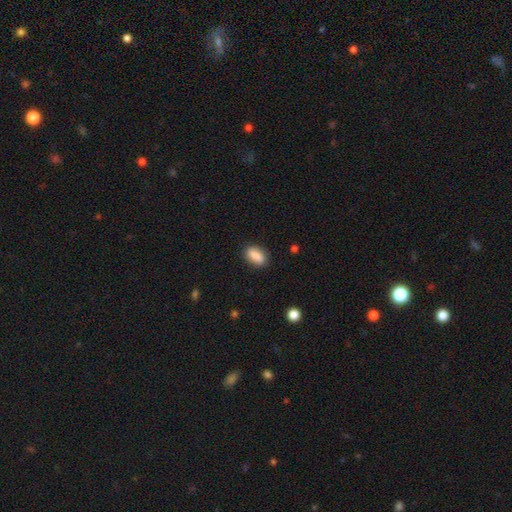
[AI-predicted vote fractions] smooth 85%, featured or disk 8%, star or artifact 7%. Down the decision tree: how rounded — in between (80%); merging — none (85%).